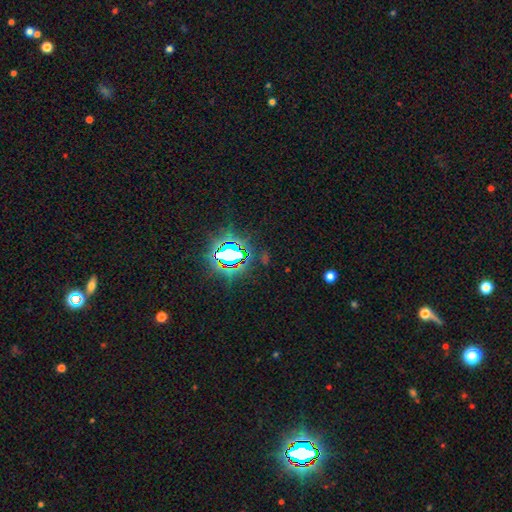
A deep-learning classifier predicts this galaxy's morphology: Q: Smooth or featured?
A: star or artifact (84%); runner-up: smooth (9%)